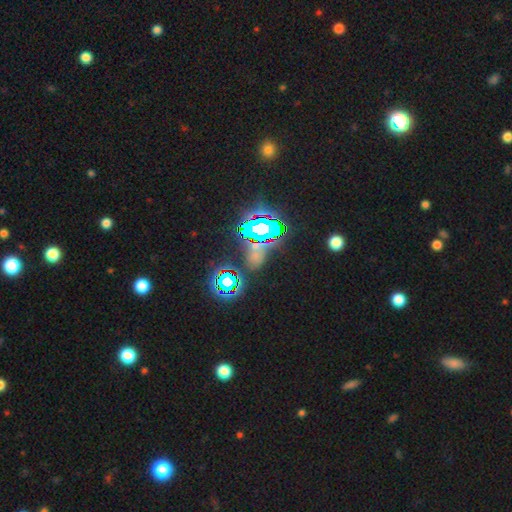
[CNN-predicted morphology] The model was most divided on "smooth or featured": star or artifact: 69%, smooth: 20%, featured or disk: 11%.